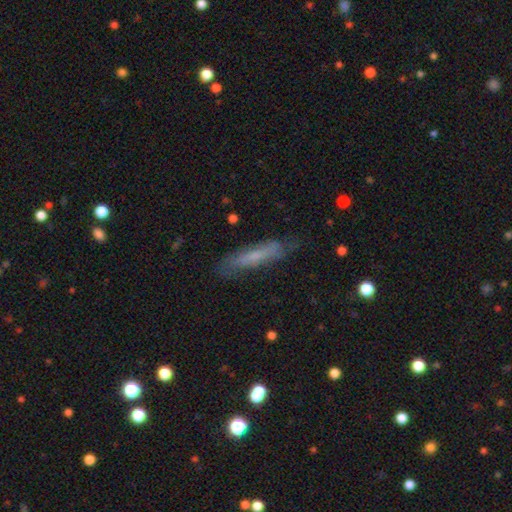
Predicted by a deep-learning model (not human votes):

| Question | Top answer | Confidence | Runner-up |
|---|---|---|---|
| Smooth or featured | smooth | 50% | featured or disk (42%) |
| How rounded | cigar-shaped | 83% | in between (15%) |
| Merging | none | 76% | minor disturbance (17%) |